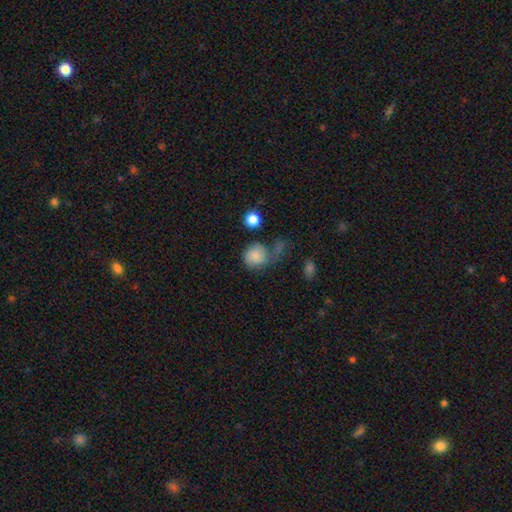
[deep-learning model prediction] Morphology: type=smooth (79%); roundness=round (75%); merging=none (38%).